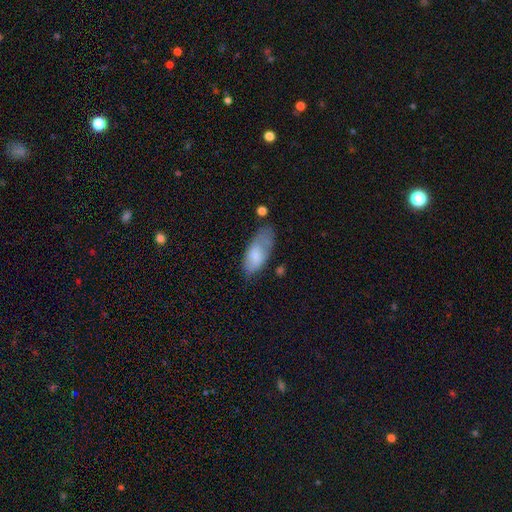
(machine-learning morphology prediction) Smooth or featured?
  - smooth: 75% *
  - featured or disk: 18%
  - star or artifact: 7%
How rounded?
  - in between: 86% *
  - cigar-shaped: 12%
  - round: 2%
Merging?
  - none: 49% *
  - minor disturbance: 32%
  - major disturbance: 13%
  - merger: 5%